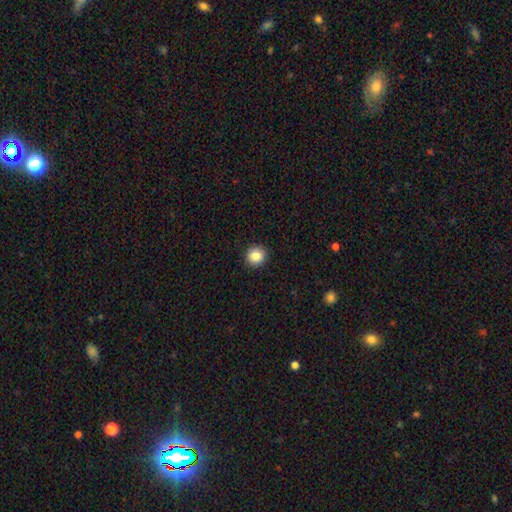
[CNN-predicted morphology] Smooth or featured? Predicted: smooth (p=0.85). How rounded? Predicted: round (p=0.91). Merging? Predicted: none (p=0.92).